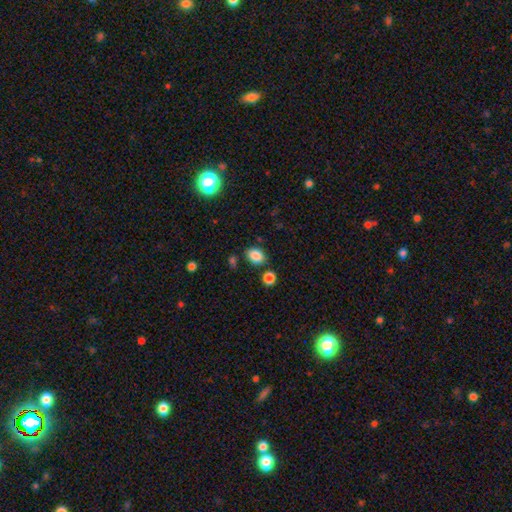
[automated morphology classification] Smooth or featured: smooth — 85% (star or artifact — 10%)
How rounded: in between — 65% (round — 34%)
Merging: none — 79% (minor disturbance — 11%)